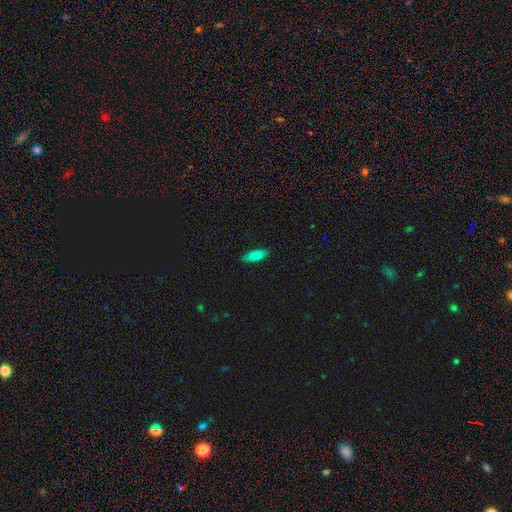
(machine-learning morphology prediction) Q: Smooth or featured?
A: smooth (81%); runner-up: featured or disk (12%)
Q: How rounded?
A: in between (55%); runner-up: cigar-shaped (42%)
Q: Merging?
A: none (82%); runner-up: minor disturbance (14%)